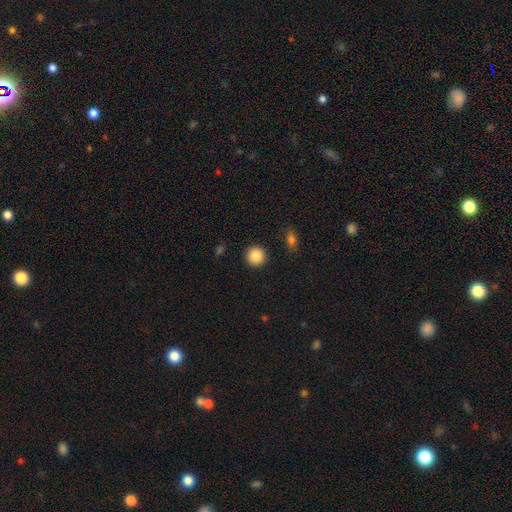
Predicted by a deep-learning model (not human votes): Overall: smooth (88%). How rounded: round (94%). Merging: none (92%).